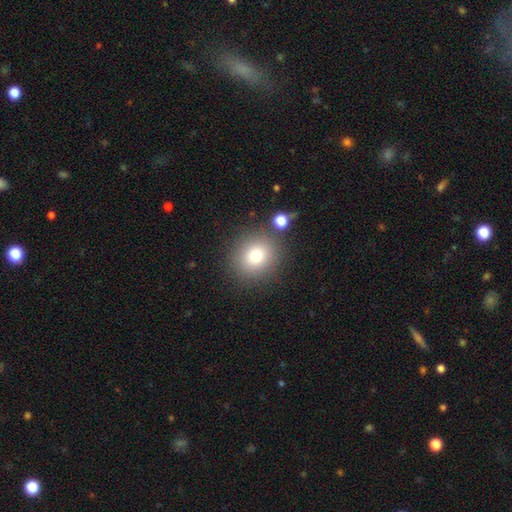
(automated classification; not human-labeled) This is likely a smooth galaxy (79%). How rounded: clearly round (84%). Merging: clearly none (83%).